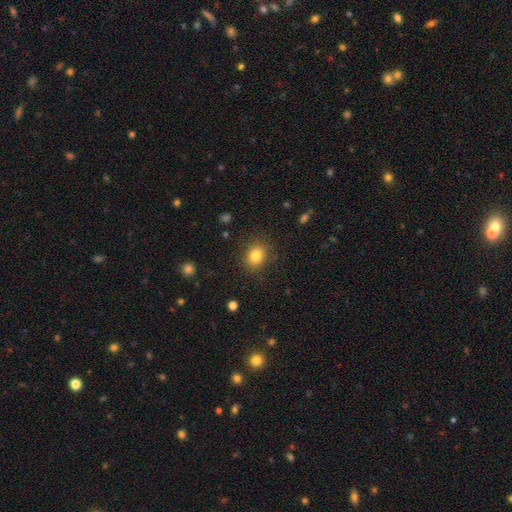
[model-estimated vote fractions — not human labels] Smooth or featured: smooth — 83% (star or artifact — 11%)
How rounded: round — 57% (in between — 42%)
Merging: none — 84% (minor disturbance — 11%)